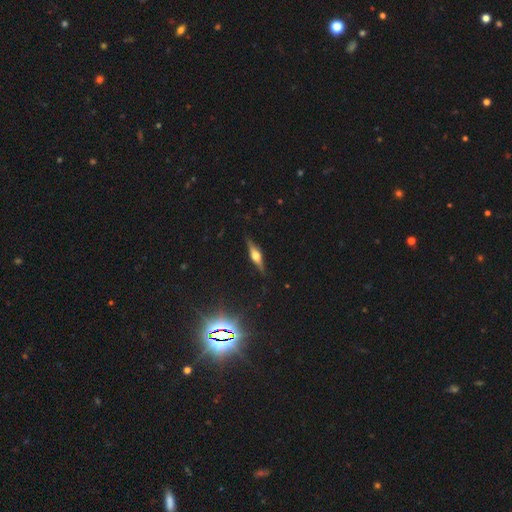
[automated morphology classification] Smooth or featured: featured or disk — 72% (smooth — 20%)
Edge-on disk: yes — 97% (no — 3%)
Edge-on bulge: rounded — 92% (boxy — 6%)
Merging: none — 88% (minor disturbance — 9%)